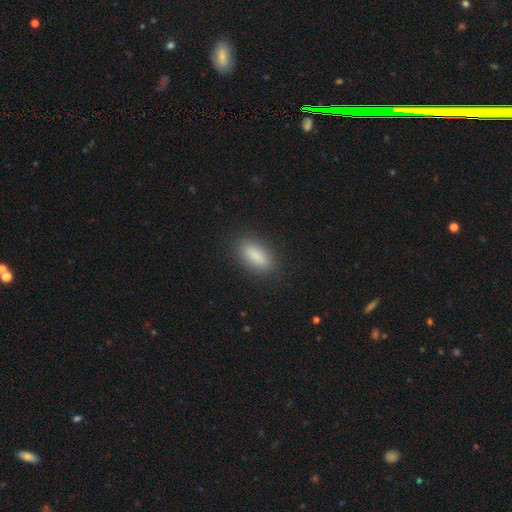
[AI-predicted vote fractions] Smooth or featured? smooth (87%)
How rounded? in between (80%)
Merging? none (88%)